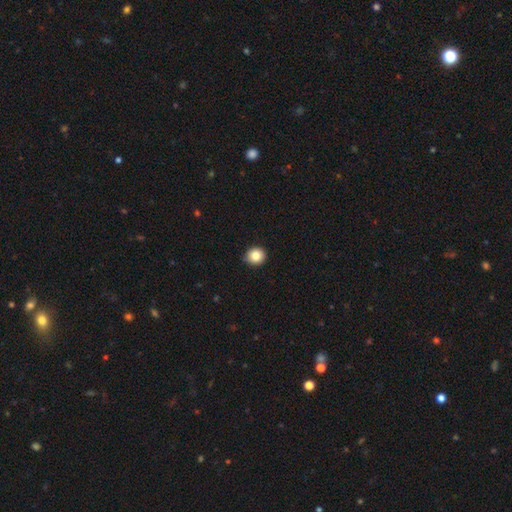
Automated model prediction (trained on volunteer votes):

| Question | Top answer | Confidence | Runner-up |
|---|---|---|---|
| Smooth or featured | smooth | 84% | star or artifact (10%) |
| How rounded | round | 88% | in between (11%) |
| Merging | none | 86% | minor disturbance (11%) |